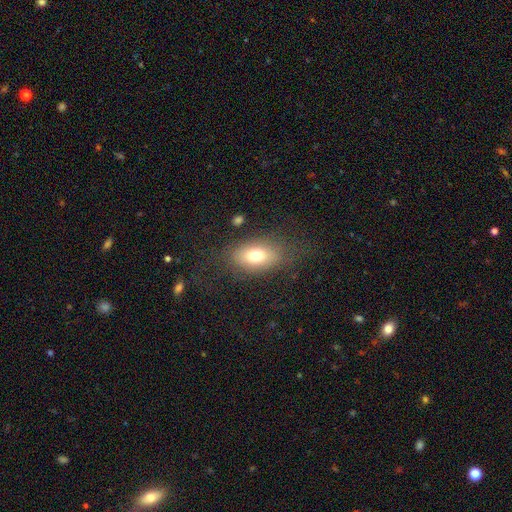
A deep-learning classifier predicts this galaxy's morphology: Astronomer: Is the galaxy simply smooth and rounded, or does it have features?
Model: smooth — 74%.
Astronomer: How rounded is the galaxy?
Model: in between — 84%.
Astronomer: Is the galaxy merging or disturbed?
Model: none — 75%.